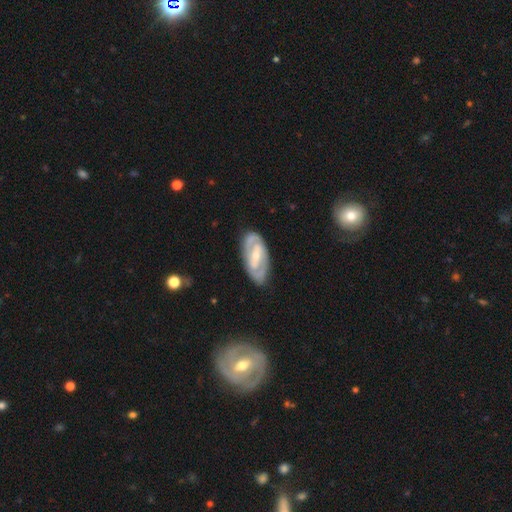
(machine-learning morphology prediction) smooth_or_featured: featured or disk (p=0.79) [alt: smooth p=0.16]
disk_edge_on: no (p=0.93) [alt: yes p=0.07]
bar: strong (p=0.39) [alt: weak p=0.38]
has_spiral_arms: yes (p=0.80) [alt: no p=0.20]
spiral_winding: tight (p=0.48) [alt: medium p=0.38]
spiral_arm_count: 2 (p=0.77) [alt: can't tell p=0.15]
bulge_size: small (p=0.57) [alt: moderate p=0.38]
merging: none (p=0.82) [alt: minor disturbance p=0.13]